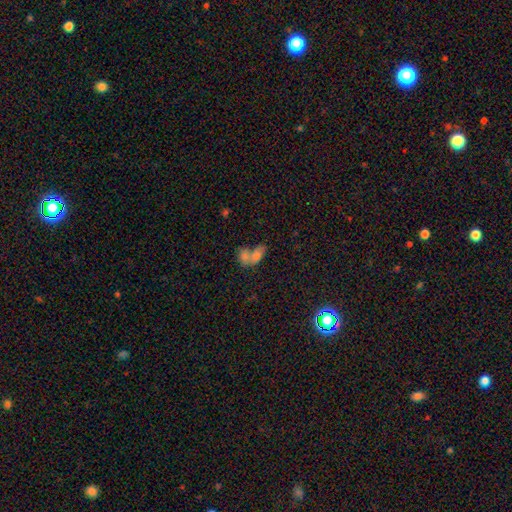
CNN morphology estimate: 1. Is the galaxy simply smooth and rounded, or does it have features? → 64% smooth, 21% featured or disk, 16% star or artifact.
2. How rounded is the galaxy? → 79% in between, 16% round, 4% cigar-shaped.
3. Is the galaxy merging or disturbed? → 70% merger, 17% none, 7% minor disturbance, 7% major disturbance.